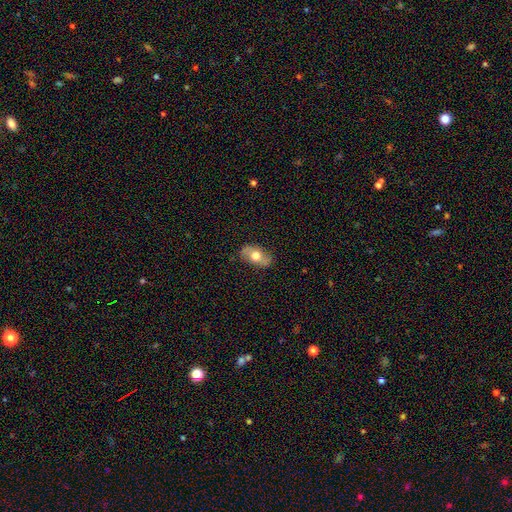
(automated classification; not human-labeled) smooth-or-featured: smooth: 58% | featured or disk: 35% | star or artifact: 7%
  how-rounded: in between: 88% | round: 9% | cigar-shaped: 3%
  merging: none: 80% | minor disturbance: 15% | major disturbance: 3% | merger: 1%